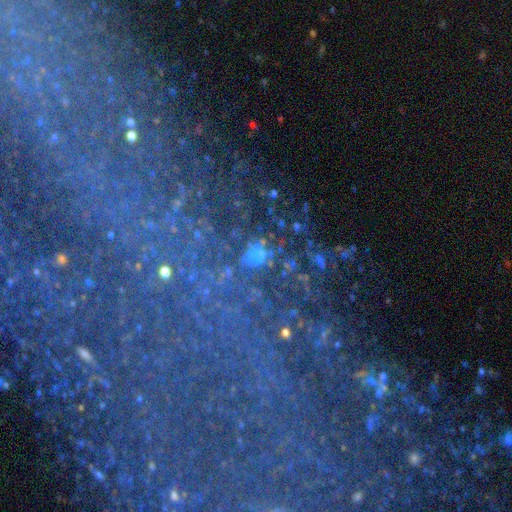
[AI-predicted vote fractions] star or artifact 37%, featured or disk 33%, smooth 30%.